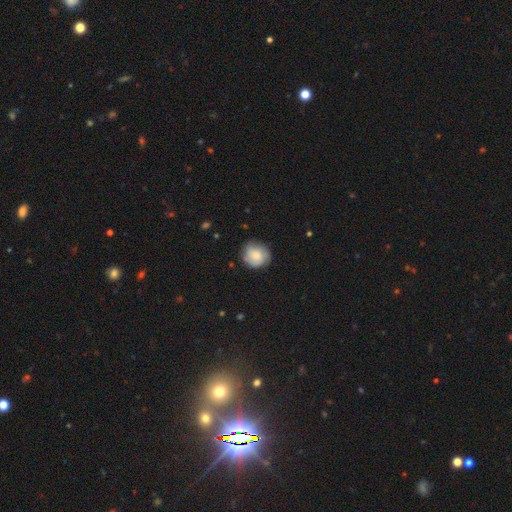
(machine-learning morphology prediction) Smooth or featured: smooth — 68% (featured or disk — 25%)
How rounded: round — 88% (in between — 11%)
Merging: none — 77% (minor disturbance — 17%)